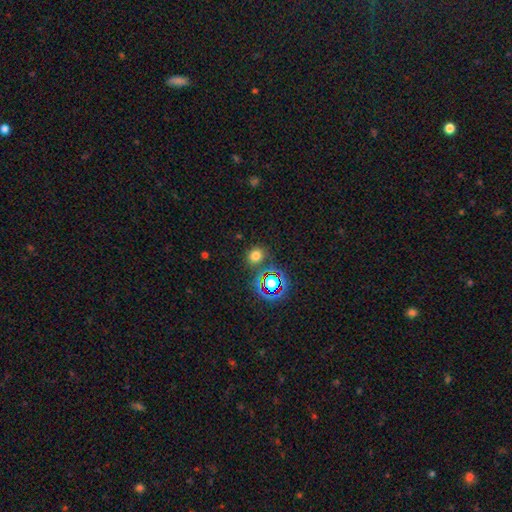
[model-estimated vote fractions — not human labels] Q: Smooth or featured?
A: smooth (69%); runner-up: star or artifact (25%)
Q: How rounded?
A: round (76%); runner-up: in between (23%)
Q: Merging?
A: none (81%); runner-up: minor disturbance (9%)